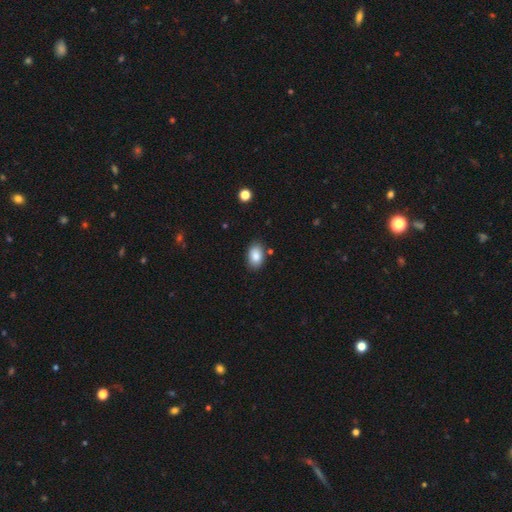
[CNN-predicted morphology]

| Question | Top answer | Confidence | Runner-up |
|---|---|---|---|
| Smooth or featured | smooth | 87% | star or artifact (8%) |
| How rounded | in between | 87% | round (12%) |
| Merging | none | 83% | minor disturbance (12%) |